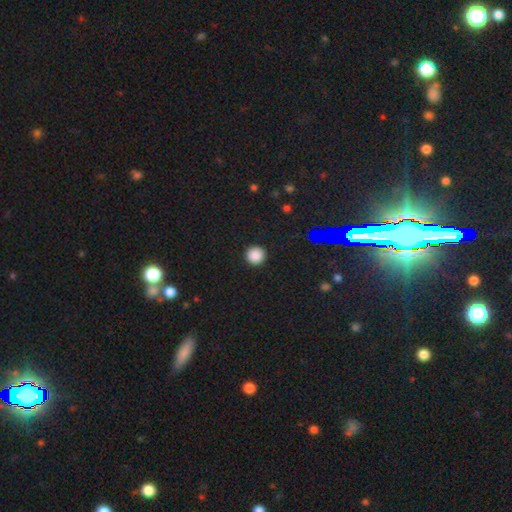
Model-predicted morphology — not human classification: Smooth or featured: smooth — 85% (star or artifact — 12%)
How rounded: round — 96% (in between — 3%)
Merging: none — 93% (minor disturbance — 5%)